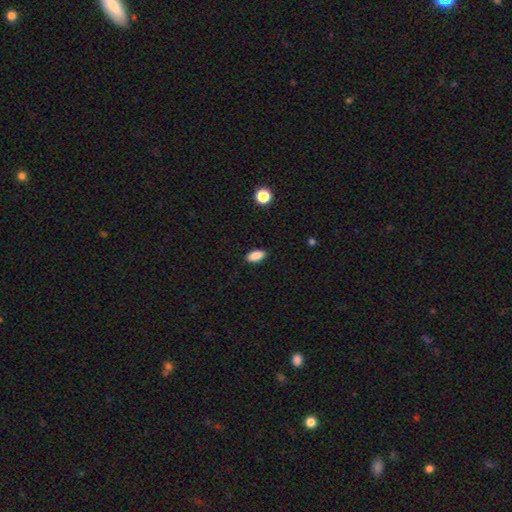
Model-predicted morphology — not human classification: This appears to be a smooth galaxy with no disk features (88%) that is in between round and cigar-shaped (89%). Merging: none (89%).